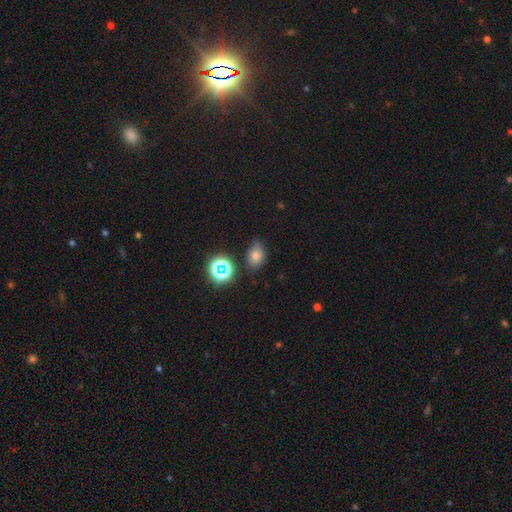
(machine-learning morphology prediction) The model was most divided on "how rounded": in between: 68%, round: 31%, cigar-shaped: 2%. More confident: merging — none (71%); smooth or featured — smooth (63%).